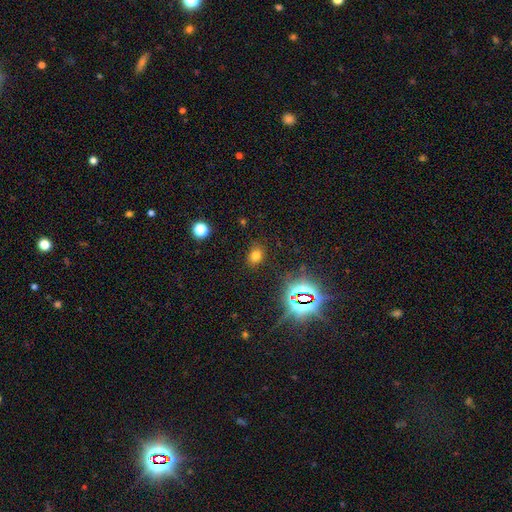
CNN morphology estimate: smooth 68%, star or artifact 25%, featured or disk 7%. Down the decision tree: how rounded — round (50%); merging — none (83%).